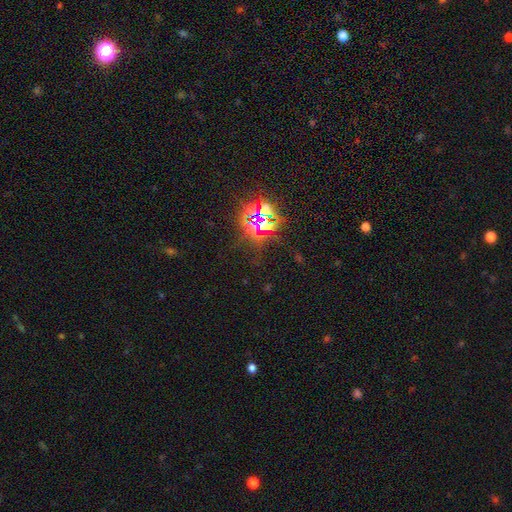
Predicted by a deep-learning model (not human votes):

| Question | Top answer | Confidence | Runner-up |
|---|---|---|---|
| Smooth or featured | star or artifact | 82% | smooth (11%) |